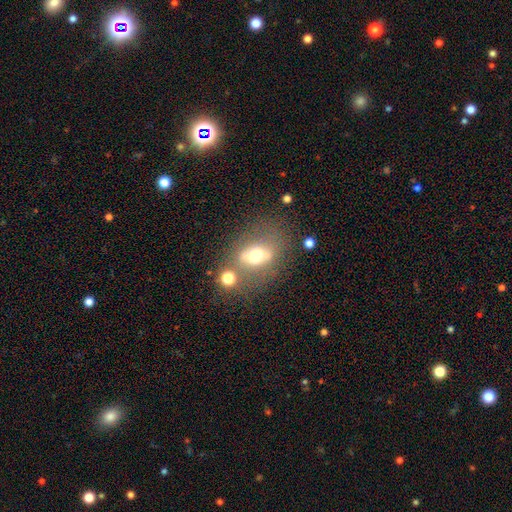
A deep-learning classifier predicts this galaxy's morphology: A smooth galaxy with no disk features (46%).

Vote fractions:
- Smooth or featured? smooth: 46% / featured or disk: 42% / star or artifact: 12%
- Merging? none: 61% / minor disturbance: 16% / merger: 13% / major disturbance: 10%